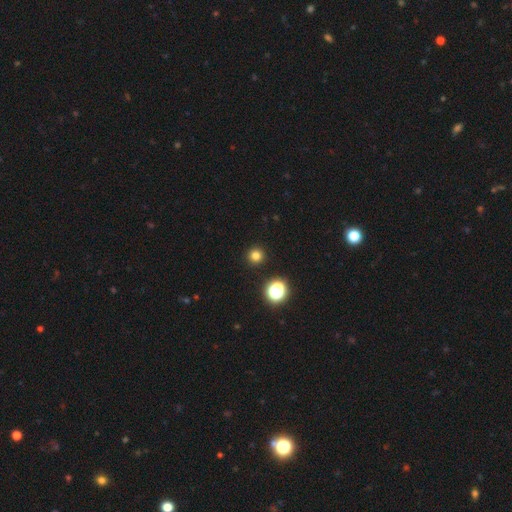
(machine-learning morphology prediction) smooth-or-featured: smooth: 78% | star or artifact: 17% | featured or disk: 5%
  how-rounded: round: 95% | in between: 4% | cigar-shaped: 1%
  merging: none: 93% | minor disturbance: 4% | major disturbance: 2% | merger: 1%